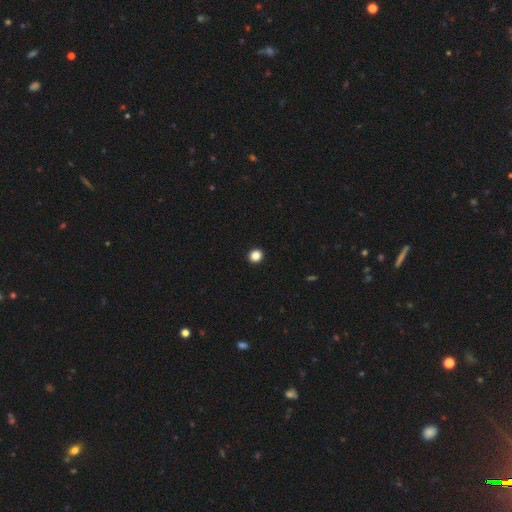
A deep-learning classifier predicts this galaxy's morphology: smooth-or-featured: smooth: 86% | star or artifact: 11% | featured or disk: 3%
  how-rounded: round: 89% | in between: 11% | cigar-shaped: 1%
  merging: none: 94% | minor disturbance: 4% | major disturbance: 1% | merger: 1%